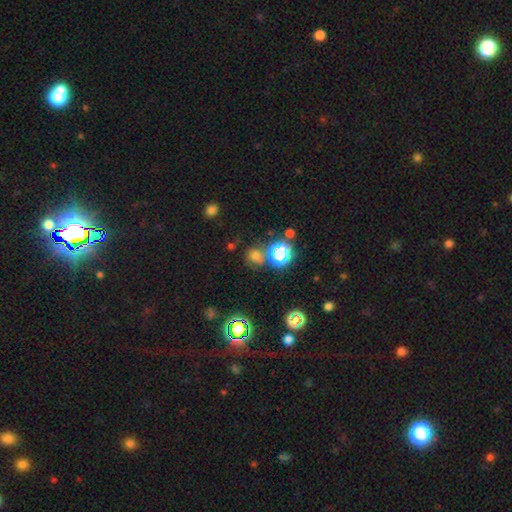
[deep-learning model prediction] smooth-or-featured: smooth: 51% | star or artifact: 39% | featured or disk: 10%
  how-rounded: round: 81% | in between: 18% | cigar-shaped: 1%
  merging: none: 66% | minor disturbance: 14% | merger: 13% | major disturbance: 7%